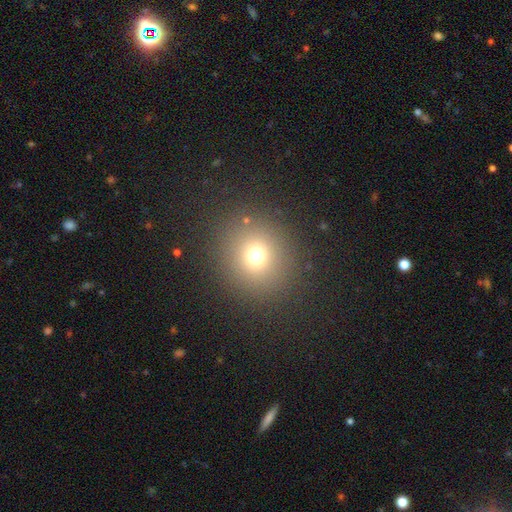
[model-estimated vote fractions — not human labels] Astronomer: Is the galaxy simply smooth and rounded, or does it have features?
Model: smooth — 69%.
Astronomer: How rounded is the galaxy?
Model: round — 89%.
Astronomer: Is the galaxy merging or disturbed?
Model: none — 86%.